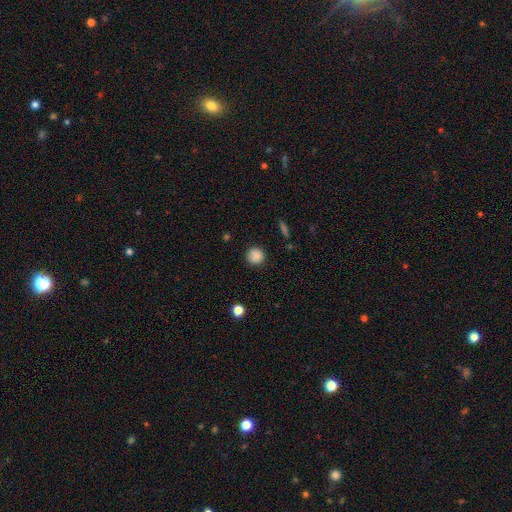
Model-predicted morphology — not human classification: smooth 86%, star or artifact 10%, featured or disk 4%. Down the decision tree: how rounded — round (93%); merging — none (88%).